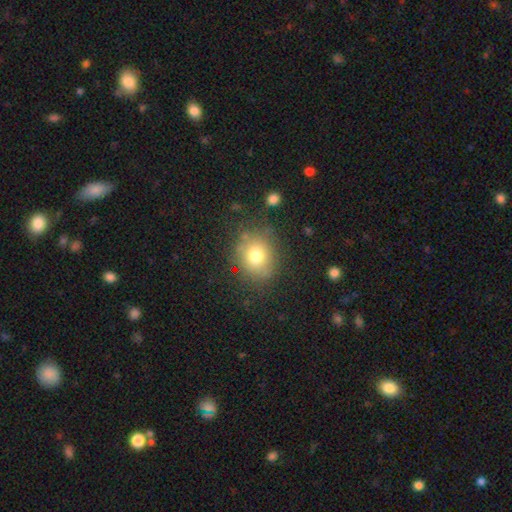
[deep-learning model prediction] Smooth or featured: smooth — 76% (star or artifact — 12%)
How rounded: round — 72% (in between — 27%)
Merging: none — 76% (minor disturbance — 15%)